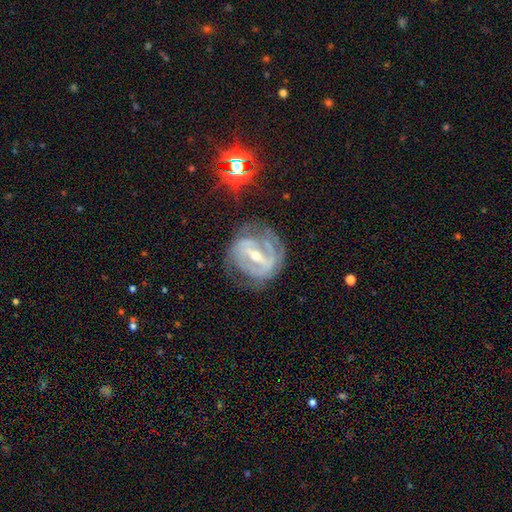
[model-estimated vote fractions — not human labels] smooth_or_featured: featured or disk (p=0.86) [alt: star or artifact p=0.07]
disk_edge_on: no (p=0.95) [alt: yes p=0.05]
bar: strong (p=0.66) [alt: weak p=0.26]
has_spiral_arms: yes (p=0.89) [alt: no p=0.11]
spiral_winding: tight (p=0.53) [alt: medium p=0.36]
spiral_arm_count: 2 (p=0.48) [alt: can't tell p=0.26]
bulge_size: small (p=0.50) [alt: moderate p=0.47]
merging: none (p=0.65) [alt: minor disturbance p=0.20]